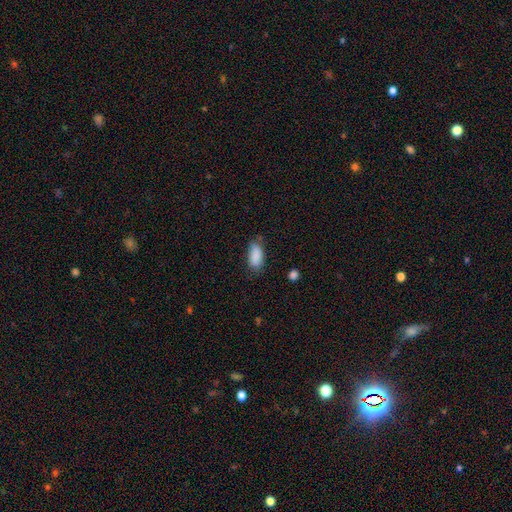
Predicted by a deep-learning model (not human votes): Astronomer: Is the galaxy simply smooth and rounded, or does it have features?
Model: smooth — 88%.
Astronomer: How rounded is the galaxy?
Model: in between — 89%.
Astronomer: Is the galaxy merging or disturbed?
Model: none — 69%.